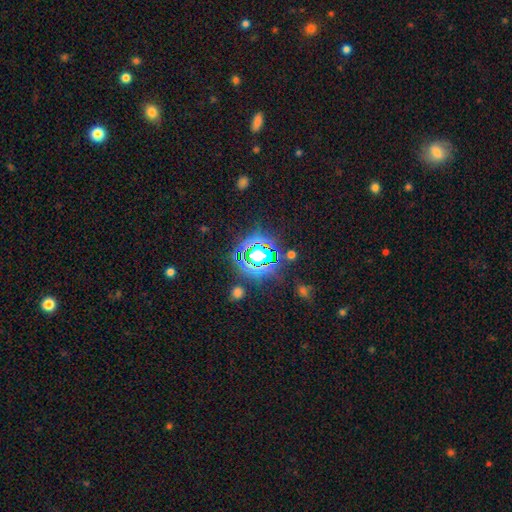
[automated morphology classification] Smooth or featured?
  - star or artifact: 66% *
  - smooth: 24%
  - featured or disk: 10%